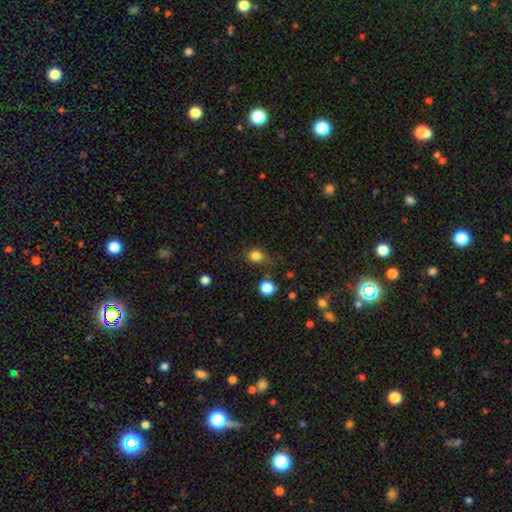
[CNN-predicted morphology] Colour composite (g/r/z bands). It shows a smooth galaxy with no disk features (82%) that is round (63%). Merging: none (69%).